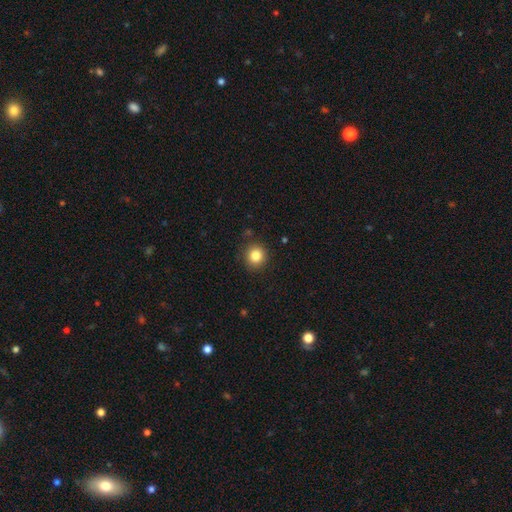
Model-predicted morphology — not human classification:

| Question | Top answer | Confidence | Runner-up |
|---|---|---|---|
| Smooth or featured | smooth | 84% | star or artifact (10%) |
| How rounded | round | 91% | in between (8%) |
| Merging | none | 89% | minor disturbance (8%) |